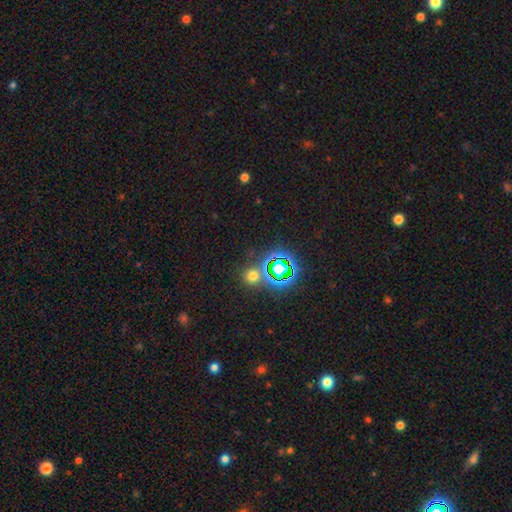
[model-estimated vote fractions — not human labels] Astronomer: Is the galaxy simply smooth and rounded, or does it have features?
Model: star or artifact — 64%.